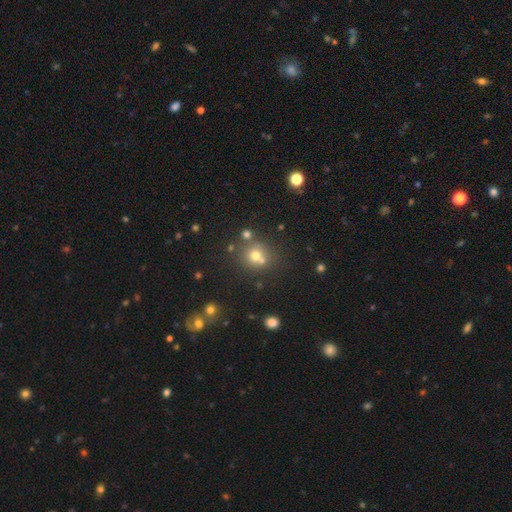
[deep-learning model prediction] This is likely a smooth galaxy (68%). How rounded: clearly round (87%). Merging: likely none (62%).